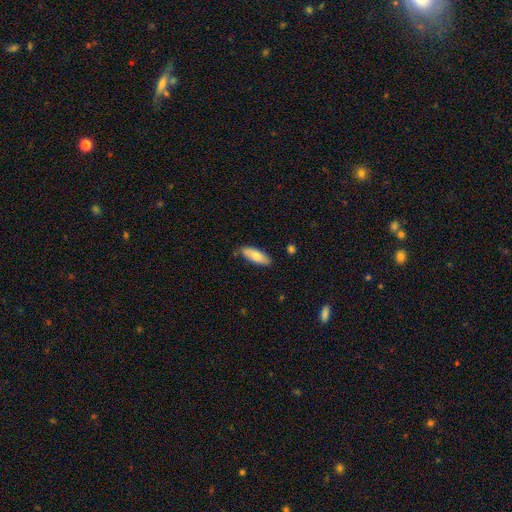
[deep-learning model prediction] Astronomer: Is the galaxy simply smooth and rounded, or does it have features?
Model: smooth — 78%.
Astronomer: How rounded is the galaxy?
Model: in between — 70%.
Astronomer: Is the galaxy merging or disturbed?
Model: none — 83%.